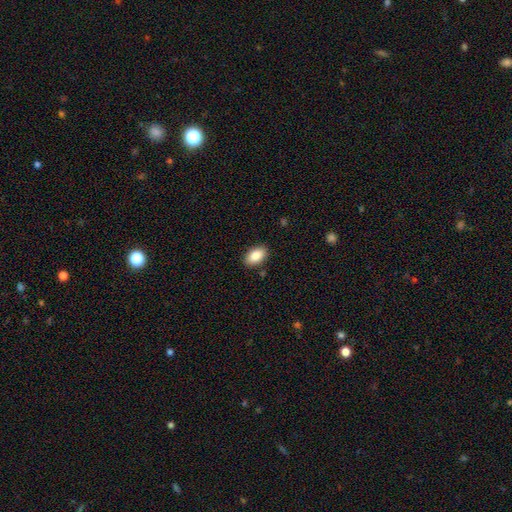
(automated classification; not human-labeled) Smooth or featured? smooth (85%)
How rounded? in between (93%)
Merging? none (88%)